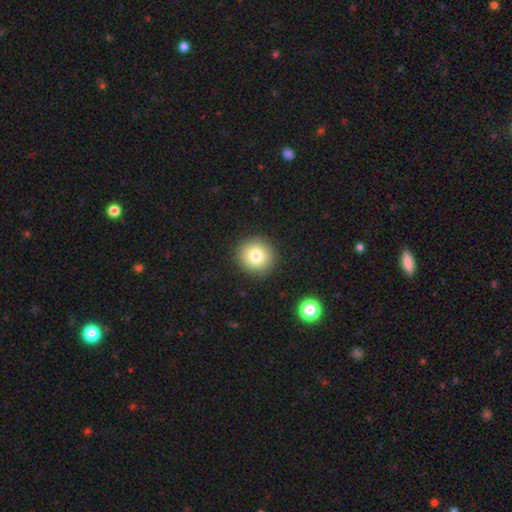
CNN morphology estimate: Smooth or featured: smooth — 79% (star or artifact — 11%)
How rounded: round — 93% (in between — 6%)
Merging: none — 90% (minor disturbance — 6%)